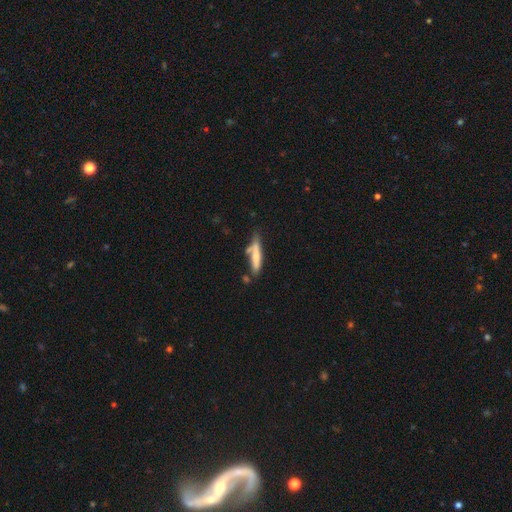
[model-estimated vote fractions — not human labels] smooth-or-featured: smooth: 68% | featured or disk: 26% | star or artifact: 7%
  how-rounded: cigar-shaped: 81% | in between: 17% | round: 2%
  merging: none: 51% | minor disturbance: 24% | merger: 17% | major disturbance: 8%